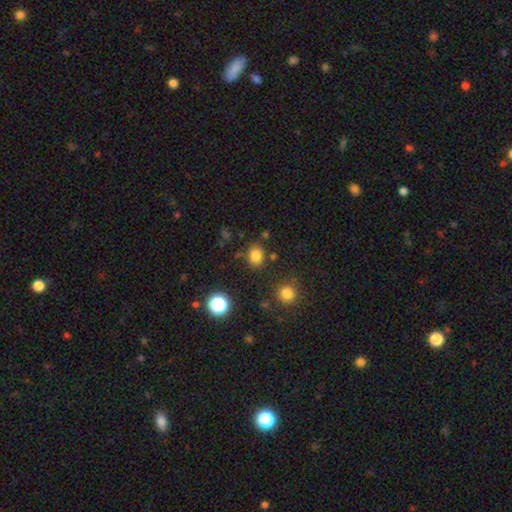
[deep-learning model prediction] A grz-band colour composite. It shows a smooth galaxy with no disk features (81%) that is round (59%). Merging: none (81%).